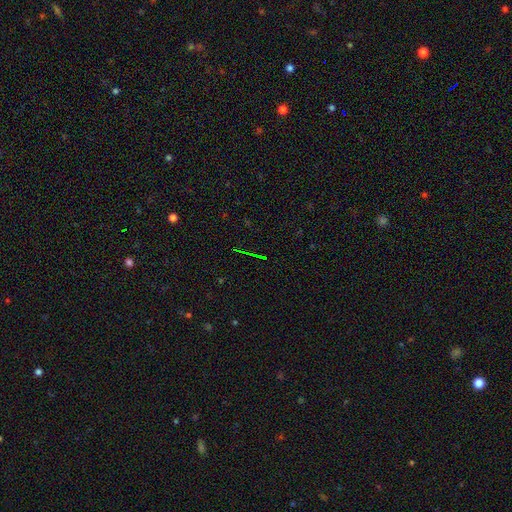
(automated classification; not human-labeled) smooth-or-featured: star or artifact: 72% | featured or disk: 15% | smooth: 14%